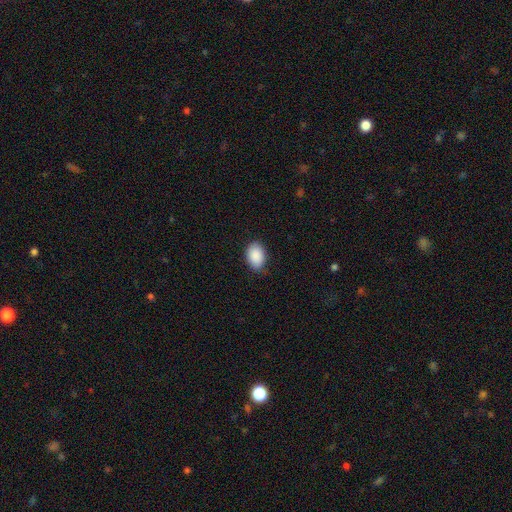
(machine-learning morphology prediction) Q: Smooth or featured?
A: smooth (90%); runner-up: star or artifact (7%)
Q: How rounded?
A: in between (84%); runner-up: round (15%)
Q: Merging?
A: none (79%); runner-up: minor disturbance (17%)